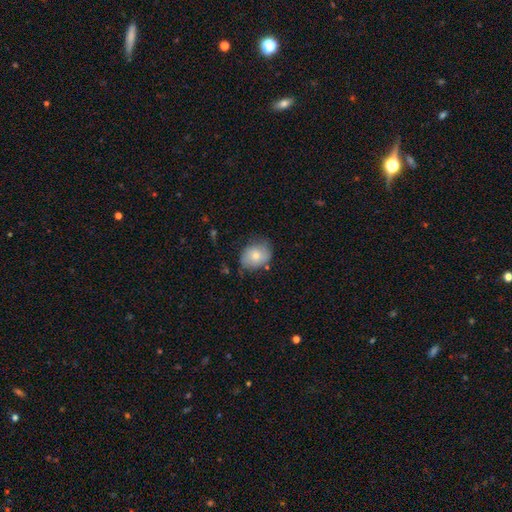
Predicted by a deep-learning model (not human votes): Overall: smooth (73%). How rounded: in between (56%; round 43%). Merging: none (65%; minor disturbance 27%).